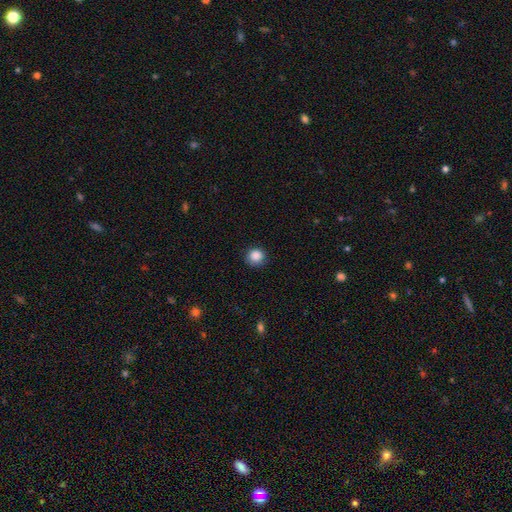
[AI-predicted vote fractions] This is clearly a smooth galaxy (87%). How rounded: clearly round (89%). Merging: clearly none (81%).